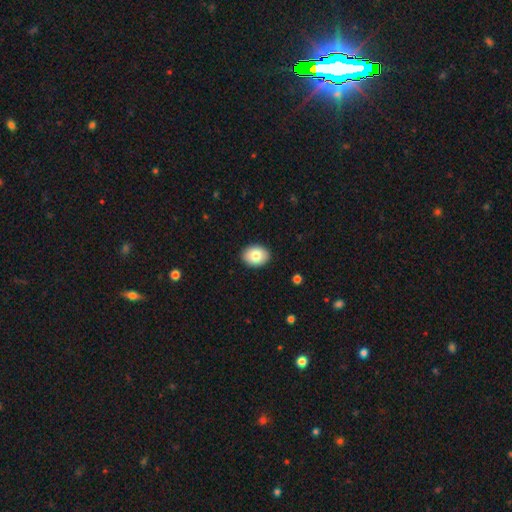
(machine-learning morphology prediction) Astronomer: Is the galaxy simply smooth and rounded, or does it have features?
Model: smooth — 81%.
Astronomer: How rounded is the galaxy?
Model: in between — 64%.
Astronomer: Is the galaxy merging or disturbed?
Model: none — 90%.